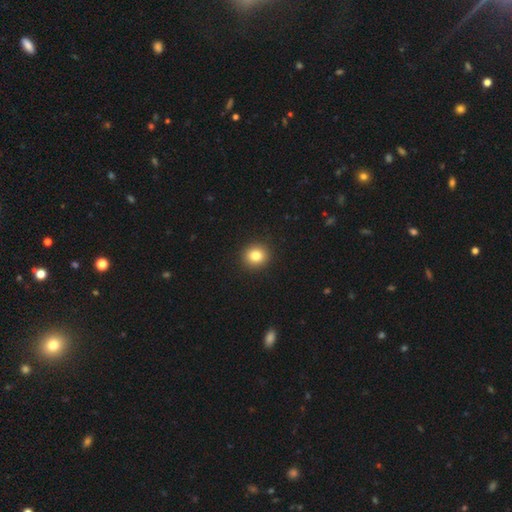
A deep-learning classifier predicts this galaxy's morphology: This is clearly a smooth galaxy (83%). How rounded: clearly round (88%). Merging: clearly none (93%).